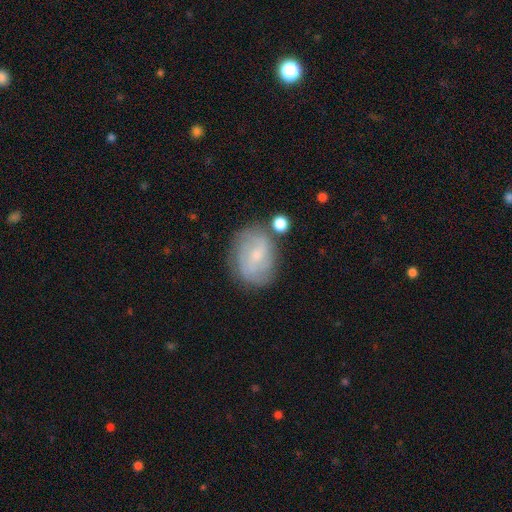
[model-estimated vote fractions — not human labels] smooth-or-featured: featured or disk: 65% | smooth: 27% | star or artifact: 8%
  disk-edge-on: no: 97% | yes: 3%
    bar: weak: 47% | no: 45% | strong: 9%
    has-spiral-arms: yes: 87% | no: 13%
      spiral-winding: tight: 42% | medium: 40% | loose: 18%
      spiral-arm-count: 2: 37% | can't tell: 34% | 3: 15% | 4: 6% | 1: 4% | more than 4: 4%
    bulge-size: small: 72% | moderate: 21% | none: 4% | large: 1% | dominant: 1%
  merging: none: 69% | minor disturbance: 18% | merger: 7% | major disturbance: 6%